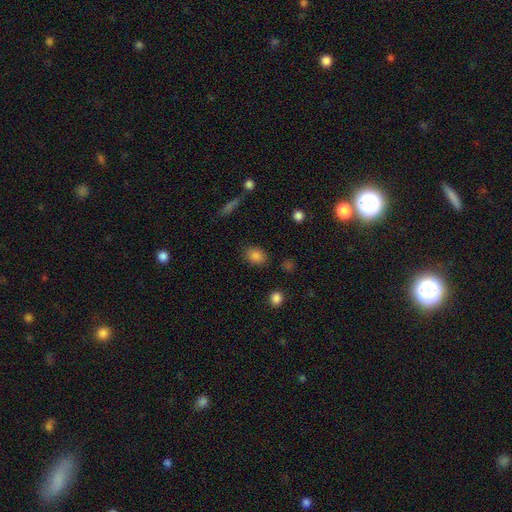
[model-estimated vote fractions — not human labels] smooth 84%, star or artifact 11%, featured or disk 5%. Down the decision tree: how rounded — in between (62%); merging — none (84%).